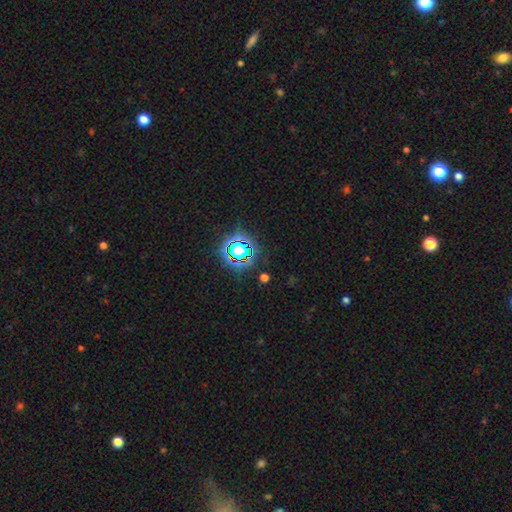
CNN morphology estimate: Smooth or featured: star or artifact — 79% (smooth — 13%)